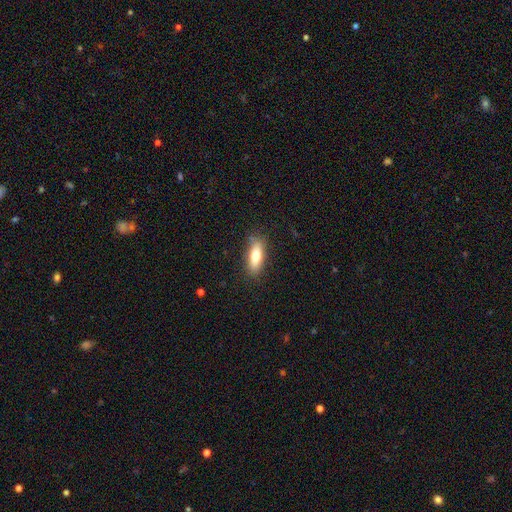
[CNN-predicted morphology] A smooth galaxy with no disk features (73%) that is in between round and cigar-shaped (62%). Merging: none (84%).